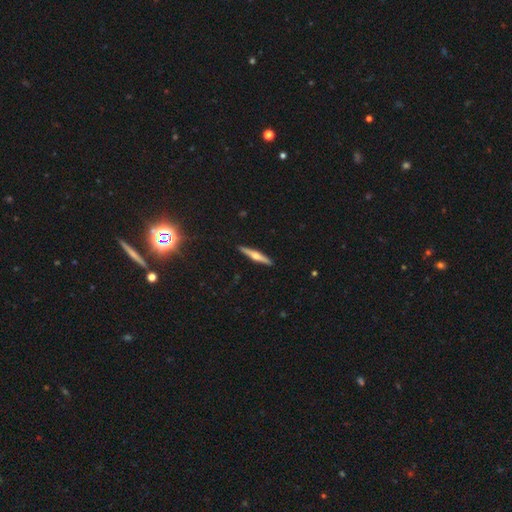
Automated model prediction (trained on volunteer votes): Q: Smooth or featured?
A: featured or disk (67%); runner-up: smooth (28%)
Q: Edge-on disk?
A: yes (98%); runner-up: no (2%)
Q: Edge-on bulge?
A: rounded (92%); runner-up: boxy (5%)
Q: Merging?
A: none (92%); runner-up: minor disturbance (6%)